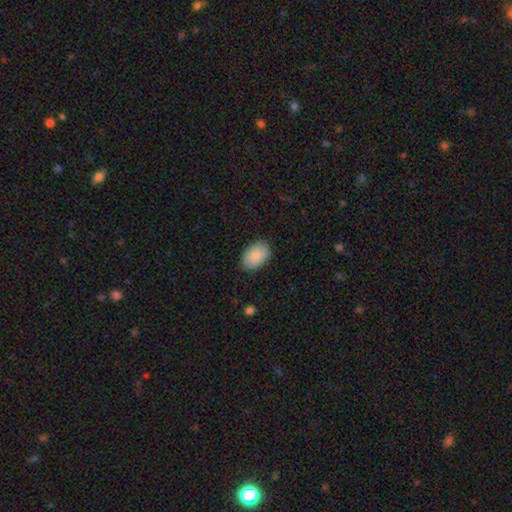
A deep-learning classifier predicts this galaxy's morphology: smooth 88%, star or artifact 6%, featured or disk 5%. Down the decision tree: how rounded — in between (88%); merging — none (85%).